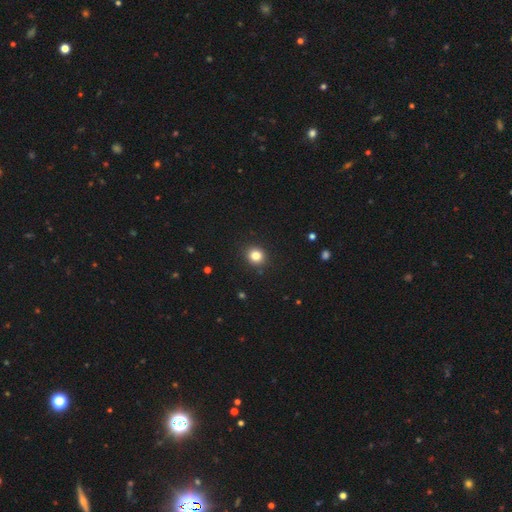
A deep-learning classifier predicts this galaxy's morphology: A smooth galaxy with no disk features (82%) that is round (86%).

Vote fractions:
- Smooth or featured? smooth: 82% / star or artifact: 12% / featured or disk: 6%
- How rounded? round: 86% / in between: 14% / cigar-shaped: 1%
- Merging? none: 91% / minor disturbance: 6% / major disturbance: 2% / merger: 1%